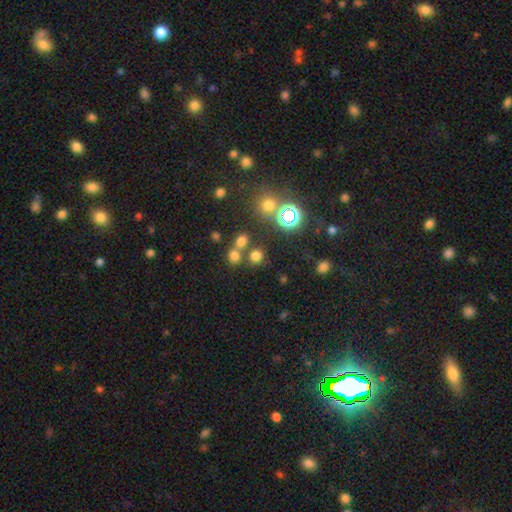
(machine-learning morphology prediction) Overall: smooth (67%). How rounded: round (84%). Merging: none (66%).